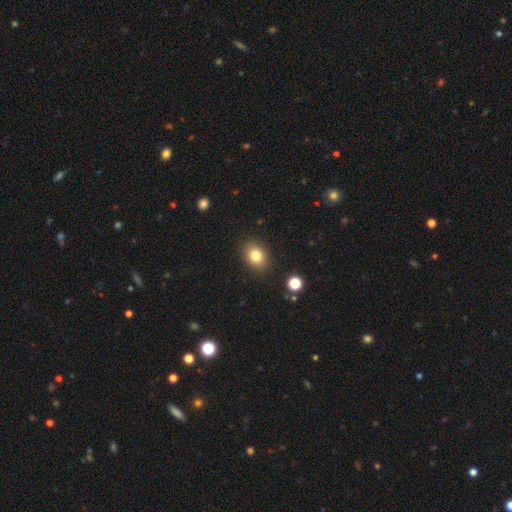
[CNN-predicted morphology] smooth_or_featured: smooth (p=0.81) [alt: star or artifact p=0.11]
how_rounded: in between (p=0.63) [alt: round p=0.36]
merging: none (p=0.88) [alt: minor disturbance p=0.08]